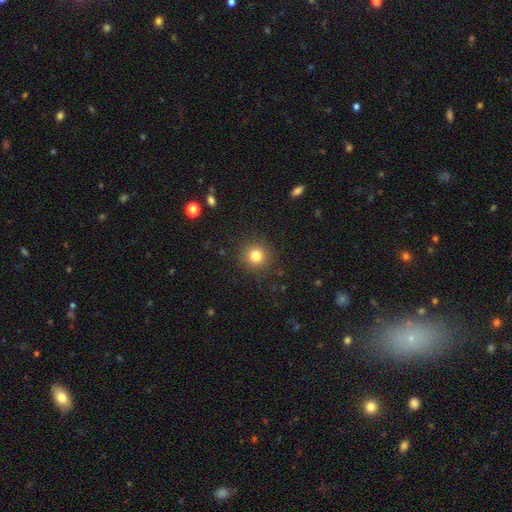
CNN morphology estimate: Smooth or featured? Predicted: smooth (p=0.81). How rounded? Predicted: round (p=0.93). Merging? Predicted: none (p=0.89).